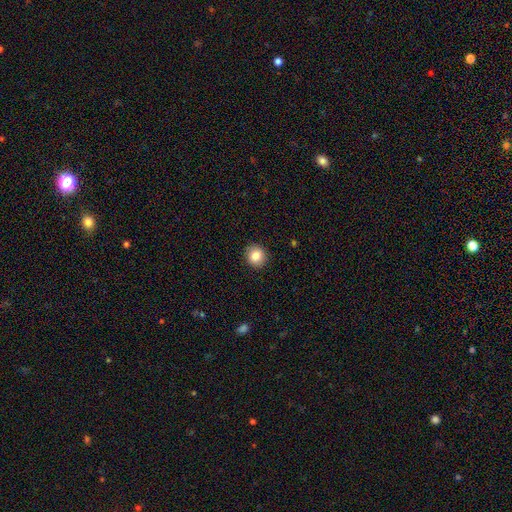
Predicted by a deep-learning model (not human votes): This appears to be a smooth galaxy with no disk features (84%) that is round (88%). Merging: none (90%).